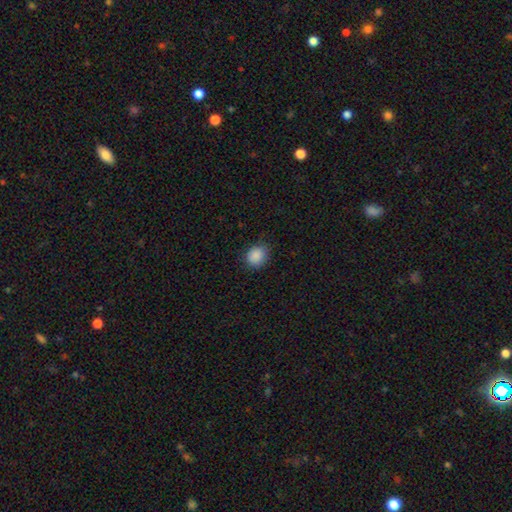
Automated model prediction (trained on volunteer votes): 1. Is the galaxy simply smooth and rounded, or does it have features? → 88% smooth, 9% star or artifact, 3% featured or disk.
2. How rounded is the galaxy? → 64% round, 35% in between, 1% cigar-shaped.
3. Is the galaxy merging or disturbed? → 81% none, 15% minor disturbance, 3% major disturbance, 1% merger.